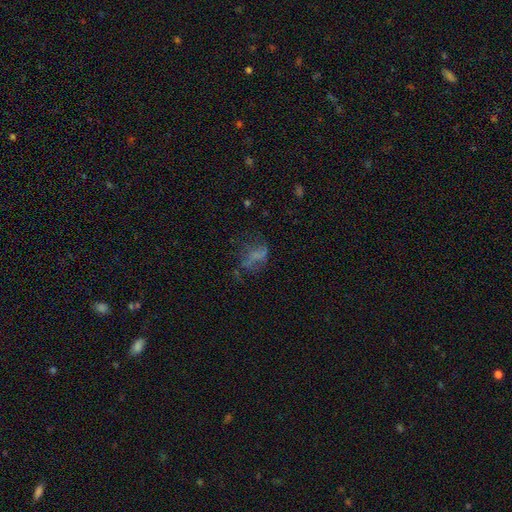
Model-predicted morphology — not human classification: smooth-or-featured: smooth: 40% | featured or disk: 38% | star or artifact: 22%
  merging: none: 41% | major disturbance: 34% | minor disturbance: 20% | merger: 5%